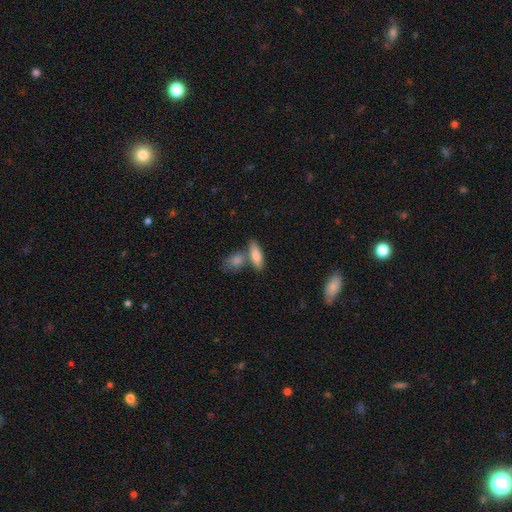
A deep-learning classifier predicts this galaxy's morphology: Smooth or featured? smooth (80%)
How rounded? in between (65%)
Merging? none (54%)